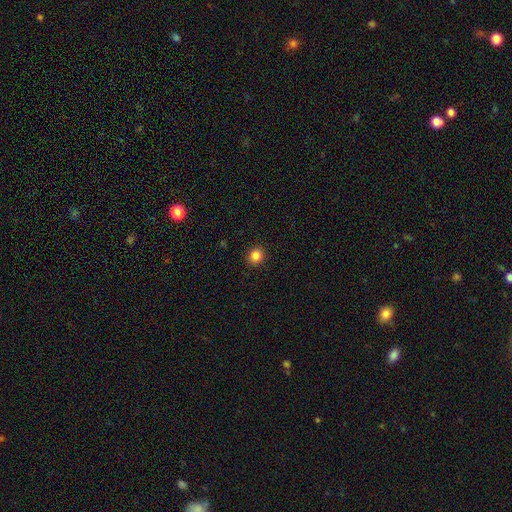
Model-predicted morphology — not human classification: smooth 85%, star or artifact 11%, featured or disk 4%. Down the decision tree: how rounded — round (82%); merging — none (92%).